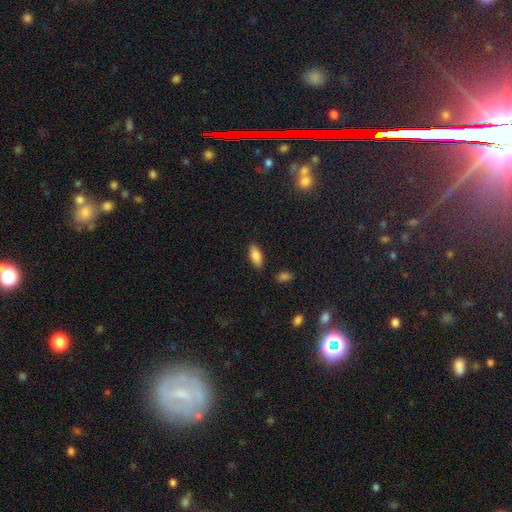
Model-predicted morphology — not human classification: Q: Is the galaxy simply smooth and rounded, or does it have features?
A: smooth — 83%.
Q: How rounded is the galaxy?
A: in between — 83%.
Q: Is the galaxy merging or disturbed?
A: none — 87%.